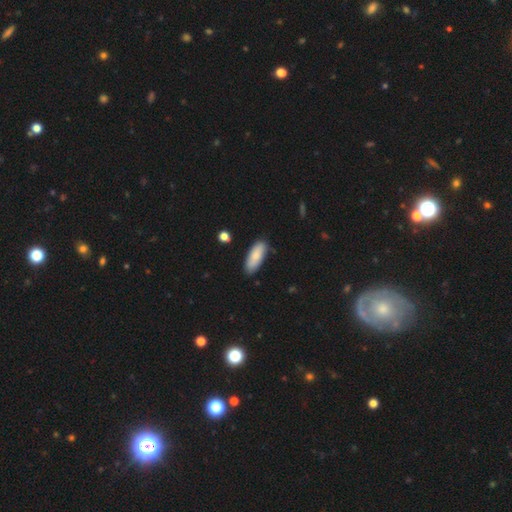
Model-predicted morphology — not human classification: Overall: smooth (82%). How rounded: in between (72%). Merging: none (84%).